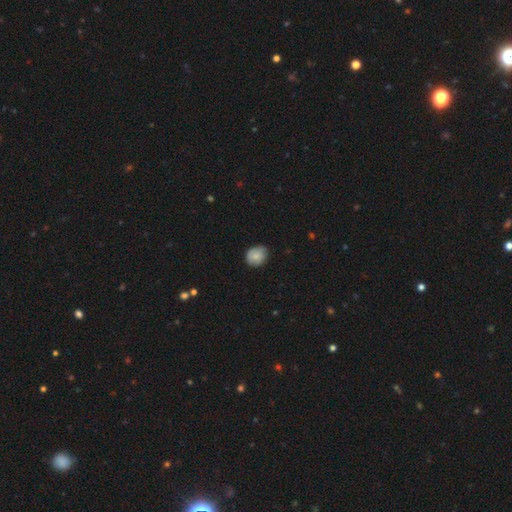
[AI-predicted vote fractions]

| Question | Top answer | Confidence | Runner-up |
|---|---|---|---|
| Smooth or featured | smooth | 80% | featured or disk (12%) |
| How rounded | round | 63% | in between (36%) |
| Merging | none | 72% | minor disturbance (24%) |